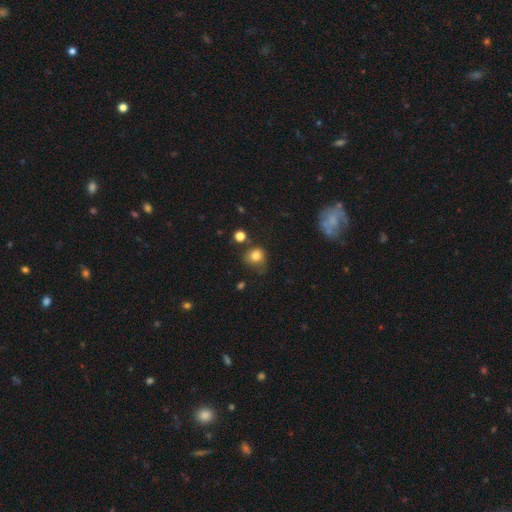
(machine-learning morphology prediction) A smooth galaxy with no disk features (78%) that is round (74%).

Vote fractions:
- Smooth or featured? smooth: 78% / star or artifact: 12% / featured or disk: 10%
- How rounded? round: 74% / in between: 25% / cigar-shaped: 1%
- Merging? none: 52% / minor disturbance: 29% / major disturbance: 13% / merger: 7%